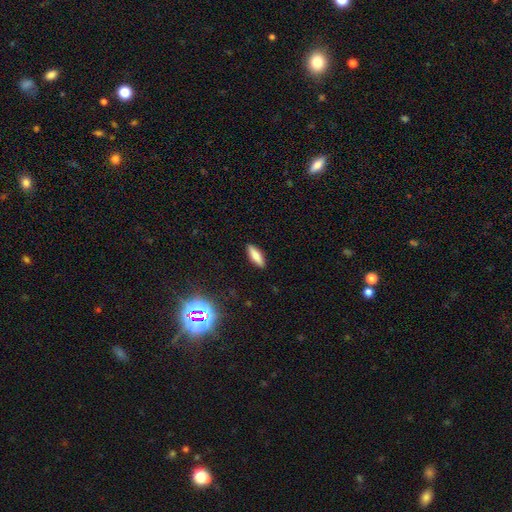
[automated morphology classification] The model was most divided on "how rounded": in between: 51%, cigar-shaped: 47%, round: 2%. More confident: merging — none (89%); smooth or featured — smooth (74%).